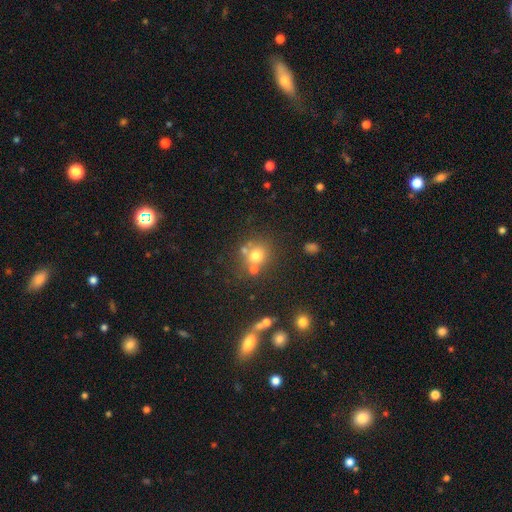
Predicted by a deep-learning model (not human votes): Smooth or featured?
  - smooth: 69% *
  - star or artifact: 17%
  - featured or disk: 14%
How rounded?
  - round: 83% *
  - in between: 16%
  - cigar-shaped: 1%
Merging?
  - none: 59% *
  - merger: 25%
  - minor disturbance: 11%
  - major disturbance: 5%